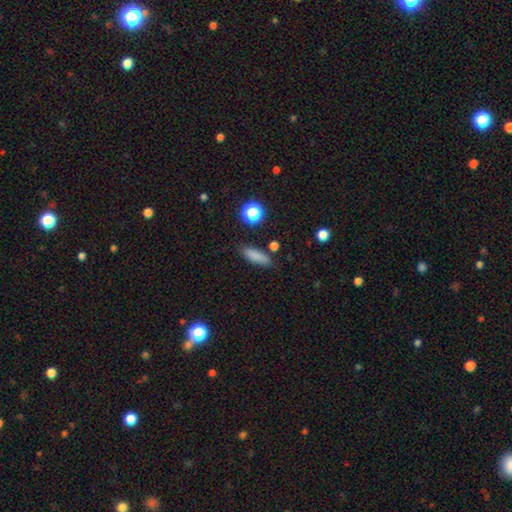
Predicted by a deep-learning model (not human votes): This appears to be a smooth galaxy with no disk features (81%) that is cigar-shaped (49%). Merging: none (80%).